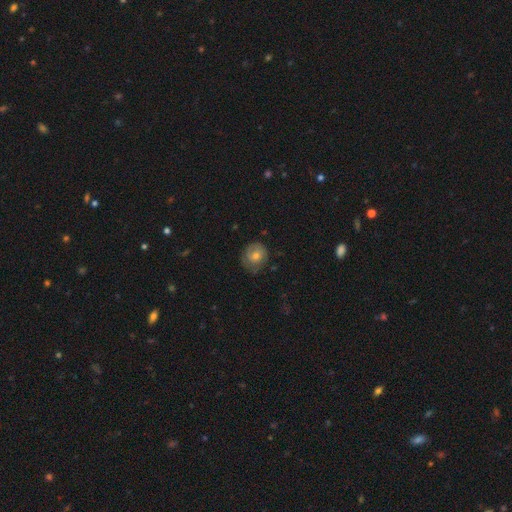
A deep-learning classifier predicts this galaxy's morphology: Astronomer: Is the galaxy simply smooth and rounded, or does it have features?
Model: smooth — 57% (runner-up: featured or disk, 34%).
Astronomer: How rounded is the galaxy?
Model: round — 74%.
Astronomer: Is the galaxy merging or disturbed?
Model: none — 67%.